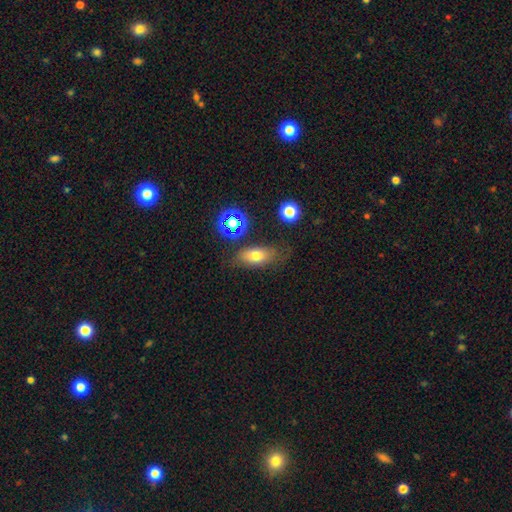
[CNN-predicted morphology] A smooth galaxy with no disk features (69%) that is in between round and cigar-shaped (79%). Merging: none (70%).